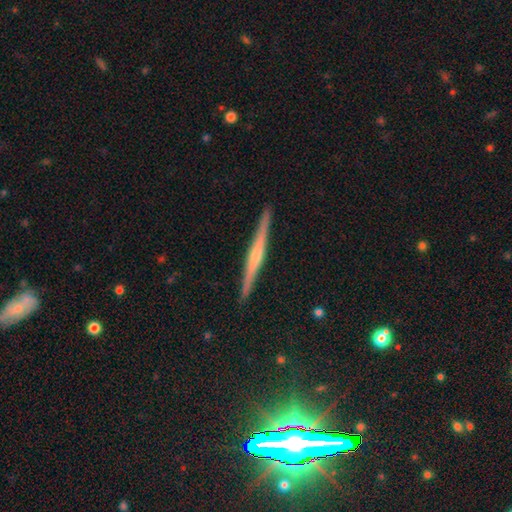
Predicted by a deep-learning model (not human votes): This is likely a featured or disk galaxy (74%). It is clearly viewed edge-on (98%). Edge-on bulge: likely rounded (66%). Merging: clearly none (90%).